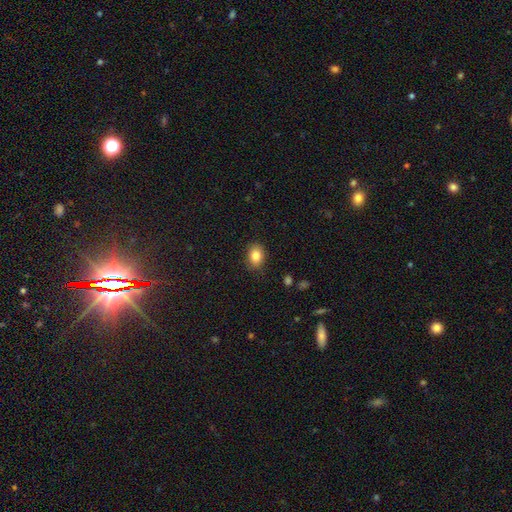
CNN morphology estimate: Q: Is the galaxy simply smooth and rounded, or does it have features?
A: smooth — 84%.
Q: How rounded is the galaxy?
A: in between — 65%.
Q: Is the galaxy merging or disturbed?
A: none — 85%.